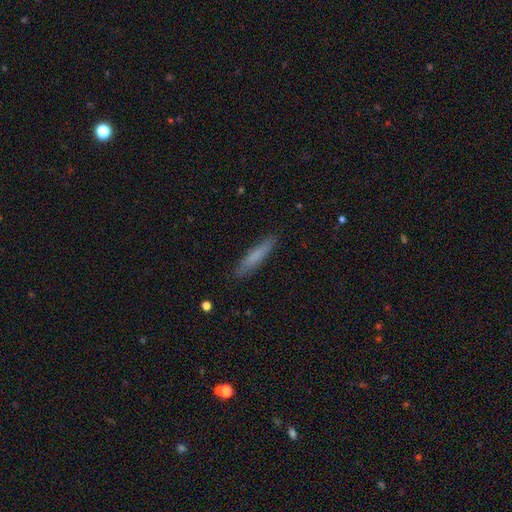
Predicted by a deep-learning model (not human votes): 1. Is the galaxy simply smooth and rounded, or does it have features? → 74% smooth, 20% featured or disk, 7% star or artifact.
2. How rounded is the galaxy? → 91% cigar-shaped, 8% in between, 1% round.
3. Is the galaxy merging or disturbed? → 88% none, 9% minor disturbance, 2% major disturbance, 1% merger.